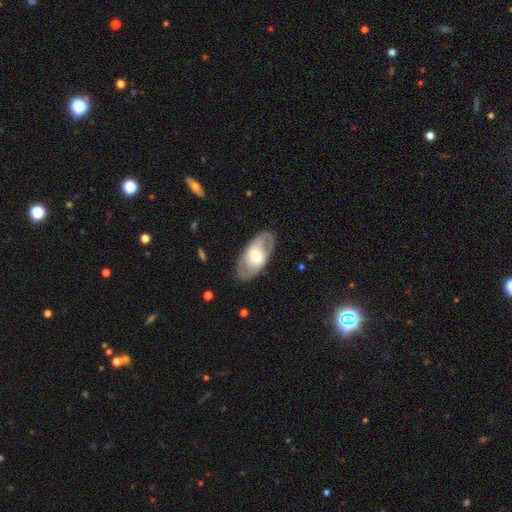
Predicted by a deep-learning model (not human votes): Overall: featured or disk (59%; smooth 36%). Edge-on disk: no (87%). Bar: no (52%; weak 31%). Spiral arms: no (55%; yes 45%). Bulge size: moderate (57%; small 25%). Merging: none (81%).